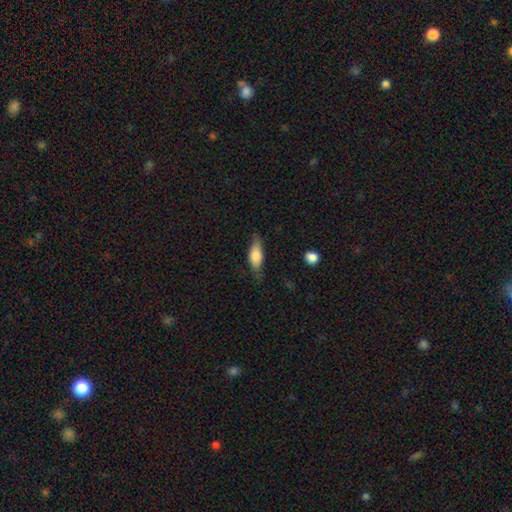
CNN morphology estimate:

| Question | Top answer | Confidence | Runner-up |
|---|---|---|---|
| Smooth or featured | smooth | 76% | featured or disk (18%) |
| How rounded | in between | 71% | cigar-shaped (27%) |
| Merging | none | 68% | minor disturbance (24%) |